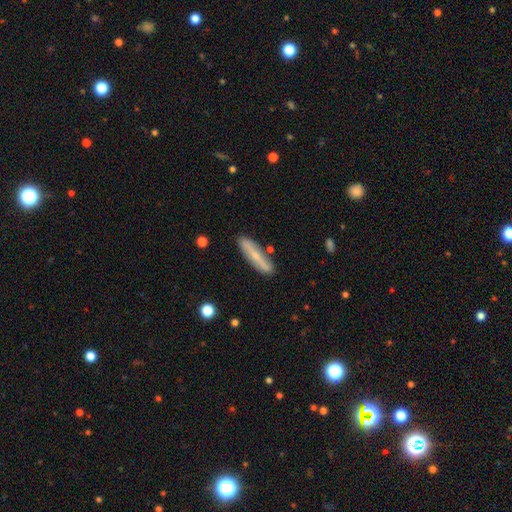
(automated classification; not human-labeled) A smooth galaxy with no disk features (53%) that is cigar-shaped (83%).

Vote fractions:
- Smooth or featured? smooth: 53% / featured or disk: 40% / star or artifact: 7%
- How rounded? cigar-shaped: 83% / in between: 15% / round: 2%
- Merging? none: 84% / minor disturbance: 11% / merger: 2% / major disturbance: 2%